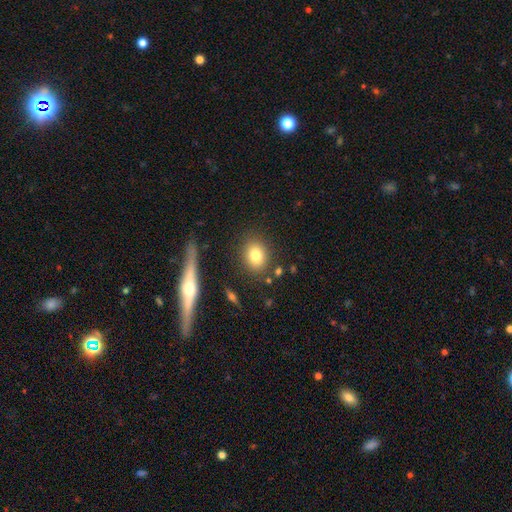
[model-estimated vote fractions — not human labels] Smooth or featured? Predicted: smooth (p=0.79). How rounded? Predicted: round (p=0.56). Merging? Predicted: none (p=0.84).